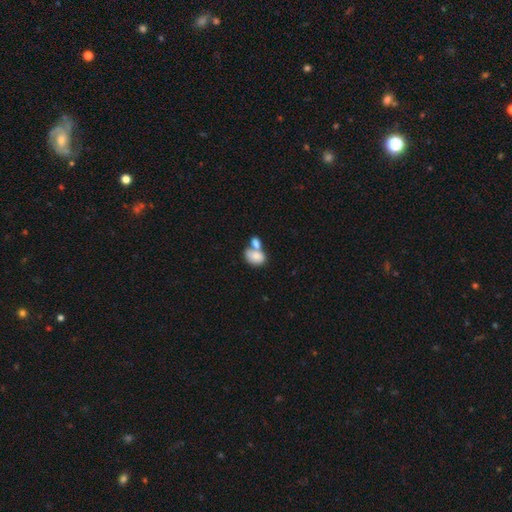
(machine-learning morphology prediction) Smooth or featured: smooth — 80% (featured or disk — 14%)
How rounded: in between — 80% (round — 18%)
Merging: merger — 61% (none — 23%)